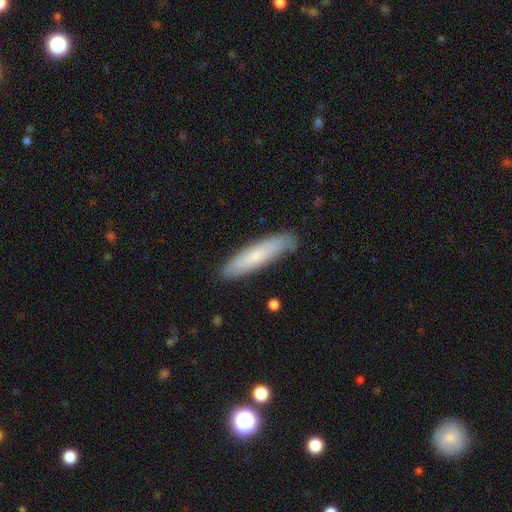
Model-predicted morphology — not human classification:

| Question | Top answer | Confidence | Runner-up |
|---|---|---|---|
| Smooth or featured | smooth | 66% | featured or disk (28%) |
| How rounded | cigar-shaped | 78% | in between (20%) |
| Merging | none | 85% | minor disturbance (11%) |